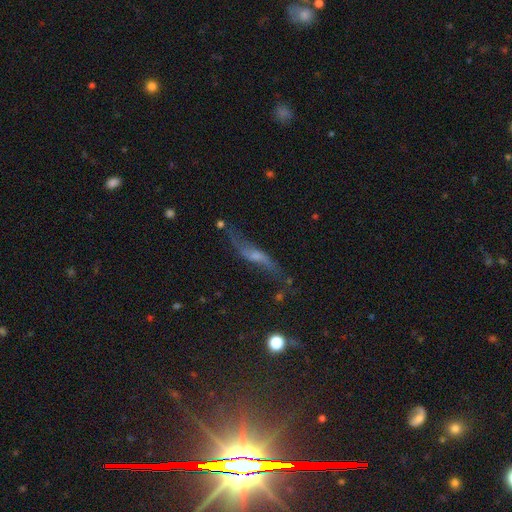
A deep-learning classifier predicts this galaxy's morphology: Smooth or featured? featured or disk (65%)
Edge-on disk? yes (53%)
Merging? none (65%)